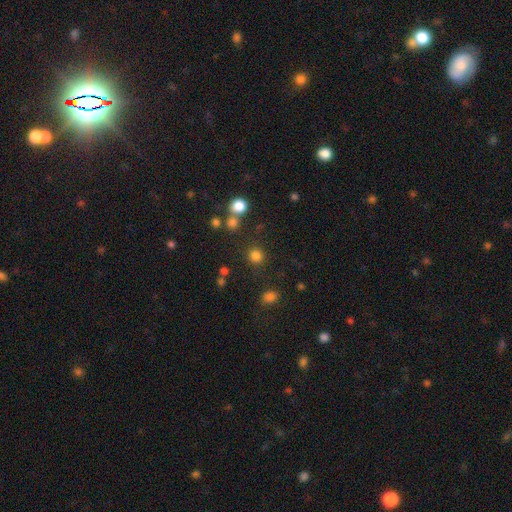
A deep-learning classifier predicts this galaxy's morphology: type=smooth (80%); roundness=round (88%); merging=none (82%).